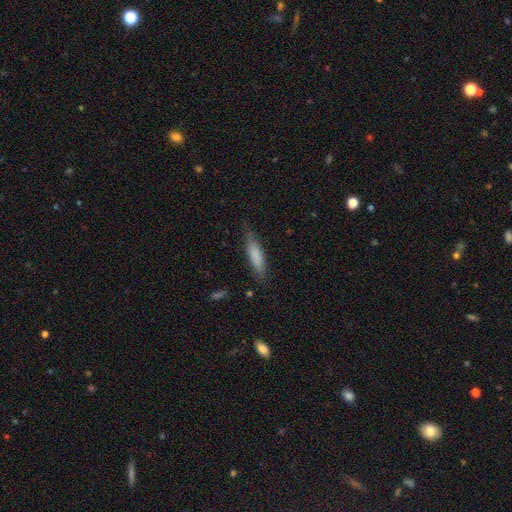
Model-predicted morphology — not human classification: Smooth or featured? Predicted: smooth (p=0.77). How rounded? Predicted: cigar-shaped (p=0.70). Merging? Predicted: none (p=0.76).